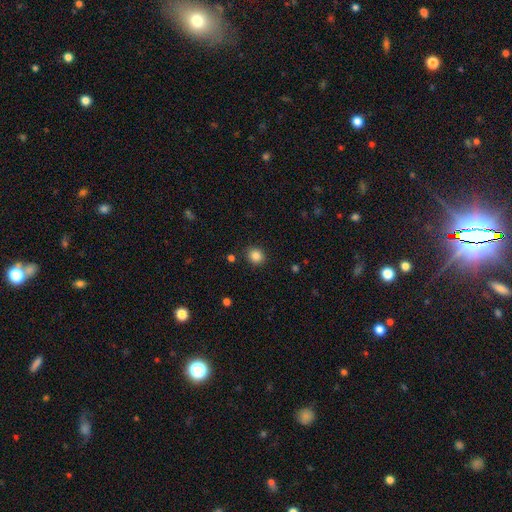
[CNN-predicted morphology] This appears to be a smooth galaxy with no disk features (85%) that is round (83%). Merging: none (89%).